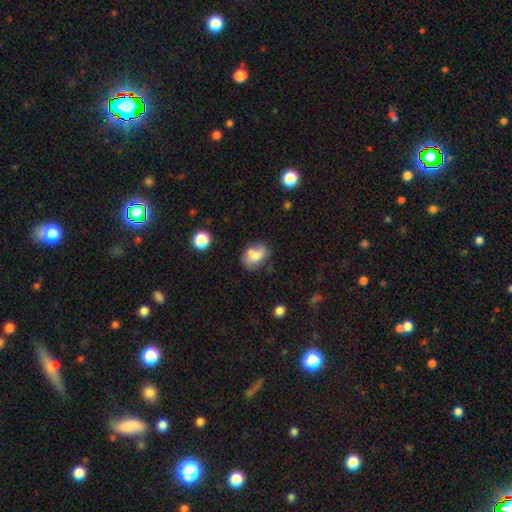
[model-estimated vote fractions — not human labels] A smooth galaxy with no disk features (69%) that is in between round and cigar-shaped (67%). Merging: none (47%).